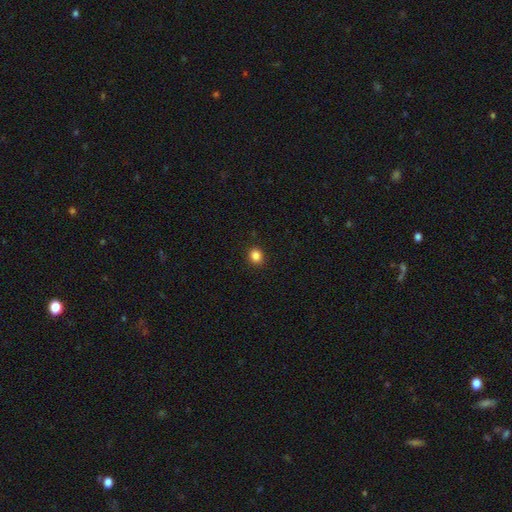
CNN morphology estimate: The model was most divided on "how rounded": round: 73%, in between: 26%, cigar-shaped: 1%. More confident: merging — none (91%); smooth or featured — smooth (85%).